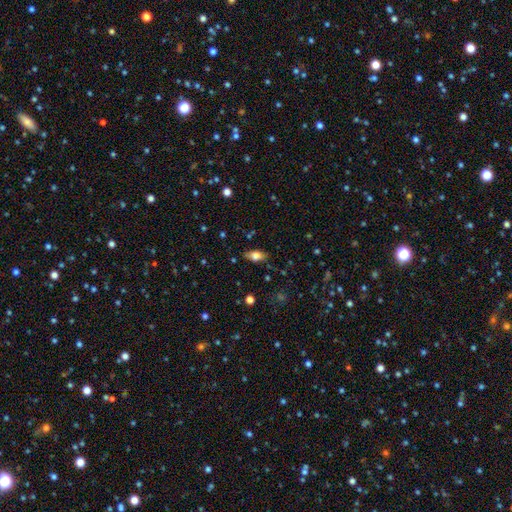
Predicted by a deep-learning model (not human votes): The model was most divided on "smooth or featured": smooth: 74%, featured or disk: 17%, star or artifact: 9%. More confident: how rounded — in between (85%); merging — none (80%).